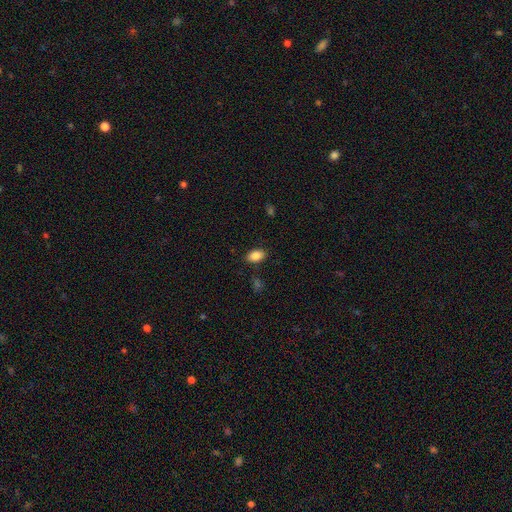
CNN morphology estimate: Q: Smooth or featured?
A: smooth (87%); runner-up: star or artifact (8%)
Q: How rounded?
A: in between (90%); runner-up: round (8%)
Q: Merging?
A: none (86%); runner-up: minor disturbance (10%)